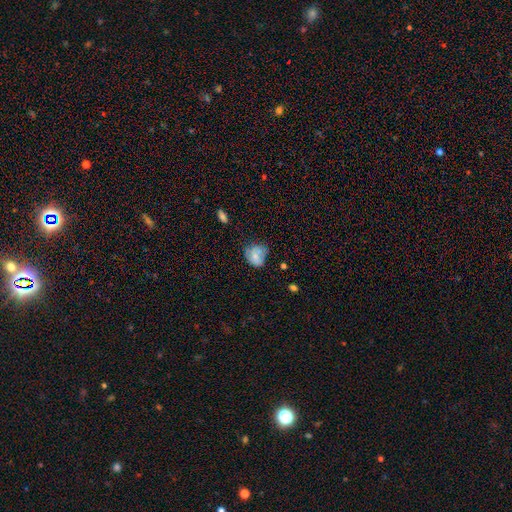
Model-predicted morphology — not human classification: Smooth or featured: smooth — 64% (featured or disk — 25%)
How rounded: round — 62% (in between — 37%)
Merging: none — 50% (minor disturbance — 33%)